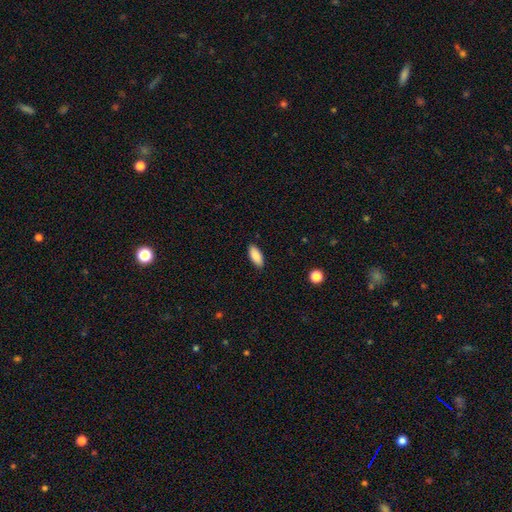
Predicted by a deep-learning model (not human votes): smooth-or-featured: smooth: 89% | star or artifact: 6% | featured or disk: 5%
  how-rounded: in between: 84% | cigar-shaped: 14% | round: 2%
  merging: none: 89% | minor disturbance: 8% | major disturbance: 2% | merger: 1%